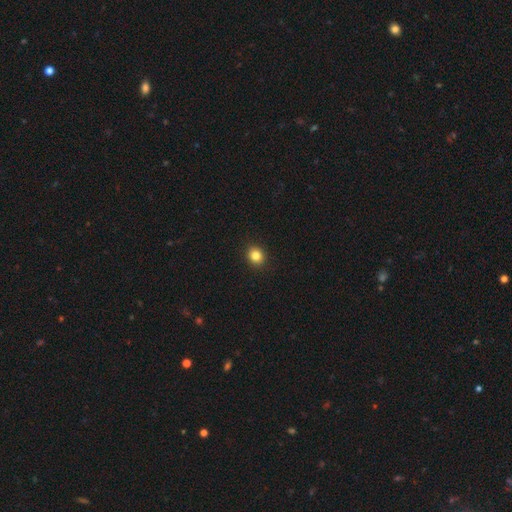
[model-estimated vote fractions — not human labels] smooth 83%, star or artifact 11%, featured or disk 6%. Down the decision tree: how rounded — round (78%); merging — none (92%).